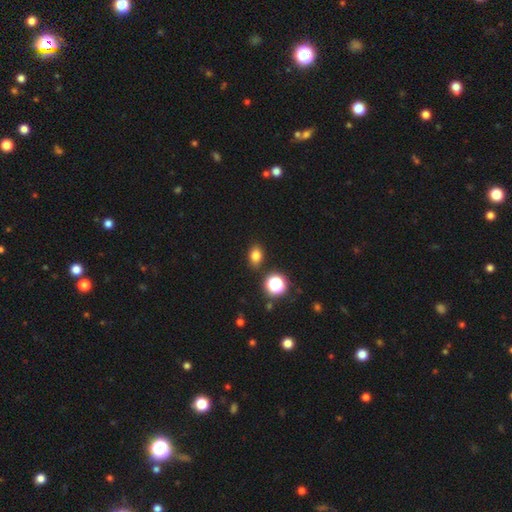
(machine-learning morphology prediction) Smooth or featured: smooth — 78% (star or artifact — 15%)
How rounded: in between — 68% (round — 30%)
Merging: none — 85% (minor disturbance — 9%)